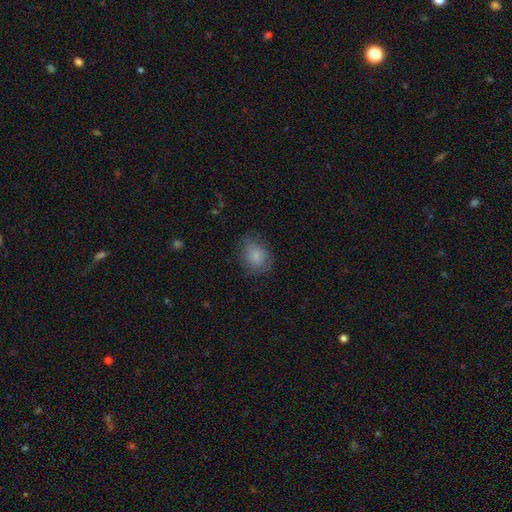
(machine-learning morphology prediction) A smooth galaxy with no disk features (82%) that is round (56%).

Vote fractions:
- Smooth or featured? smooth: 82% / featured or disk: 9% / star or artifact: 9%
- How rounded? round: 56% / in between: 43% / cigar-shaped: 1%
- Merging? none: 72% / minor disturbance: 20% / major disturbance: 7% / merger: 1%